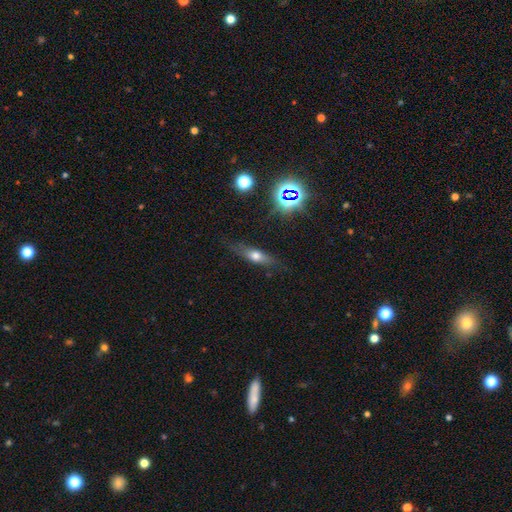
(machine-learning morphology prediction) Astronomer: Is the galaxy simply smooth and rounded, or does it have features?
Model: smooth — 52% (runner-up: featured or disk, 35%).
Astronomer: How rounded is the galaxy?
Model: cigar-shaped — 48% (runner-up: in between, 46%).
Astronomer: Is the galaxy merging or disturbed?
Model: none — 75%.